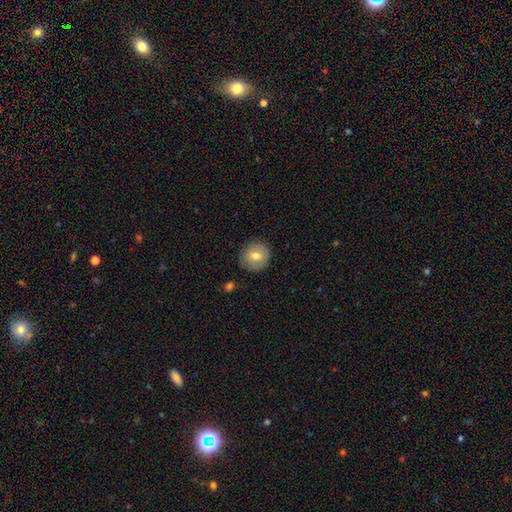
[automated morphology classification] Smooth or featured? Predicted: smooth (p=0.72). How rounded? Predicted: round (p=0.90). Merging? Predicted: none (p=0.86).